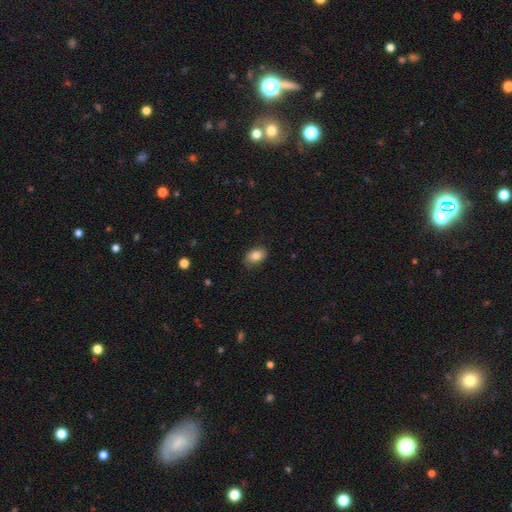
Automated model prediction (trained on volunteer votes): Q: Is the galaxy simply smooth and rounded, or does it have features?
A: smooth — 85%.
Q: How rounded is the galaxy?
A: in between — 85%.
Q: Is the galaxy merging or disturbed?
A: none — 85%.